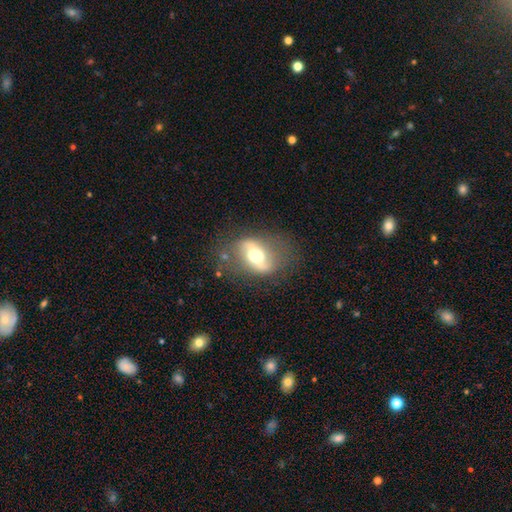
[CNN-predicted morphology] featured or disk 66%, smooth 27%, star or artifact 7%. Down the decision tree: edge-on disk — no (86%); bar — strong (49%); spiral arms — yes (57%); bulge size — moderate (61%); merging — none (69%).